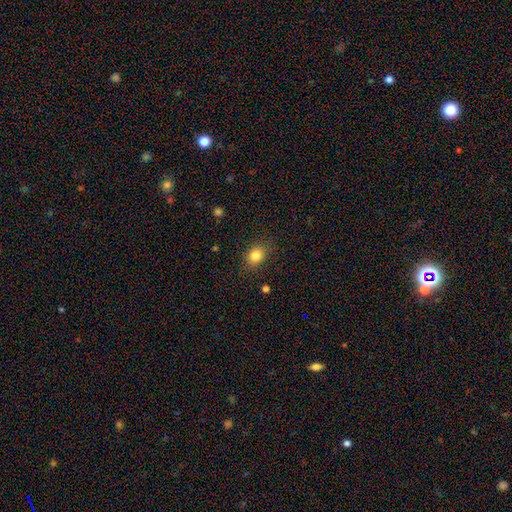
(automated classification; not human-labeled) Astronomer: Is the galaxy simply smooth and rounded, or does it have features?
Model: smooth — 83%.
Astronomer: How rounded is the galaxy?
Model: round — 50% (runner-up: in between, 49%).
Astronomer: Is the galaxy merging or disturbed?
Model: none — 84%.